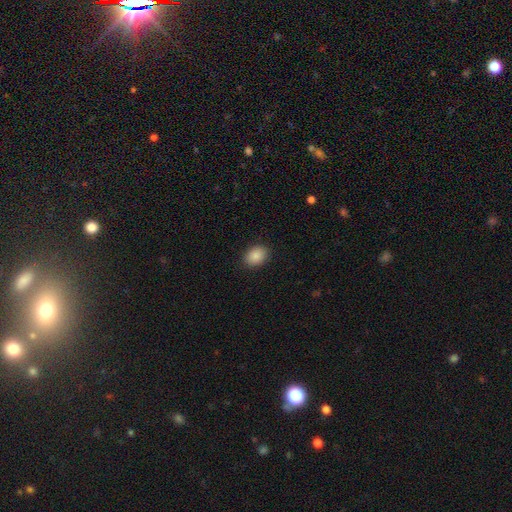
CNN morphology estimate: Smooth or featured? smooth (89%)
How rounded? in between (68%)
Merging? none (89%)